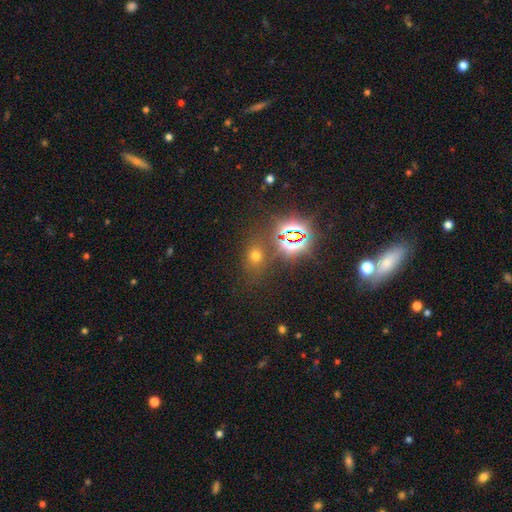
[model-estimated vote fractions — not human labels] Smooth or featured? smooth (51%)
How rounded? round (57%)
Merging? none (73%)